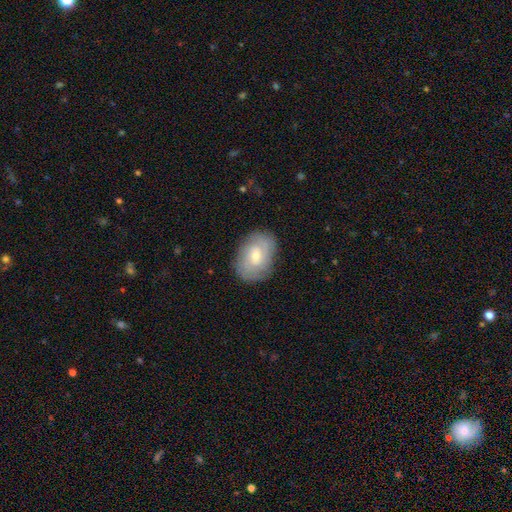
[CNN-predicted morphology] A featured or disk galaxy (52%). Merging: none (80%).